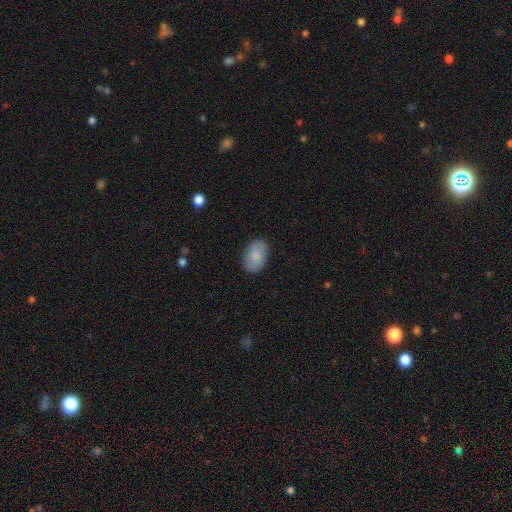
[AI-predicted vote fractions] A smooth galaxy with no disk features (85%) that is in between round and cigar-shaped (88%).

Vote fractions:
- Smooth or featured? smooth: 85% / featured or disk: 9% / star or artifact: 6%
- How rounded? in between: 88% / round: 10% / cigar-shaped: 1%
- Merging? none: 87% / minor disturbance: 10% / major disturbance: 2% / merger: 1%